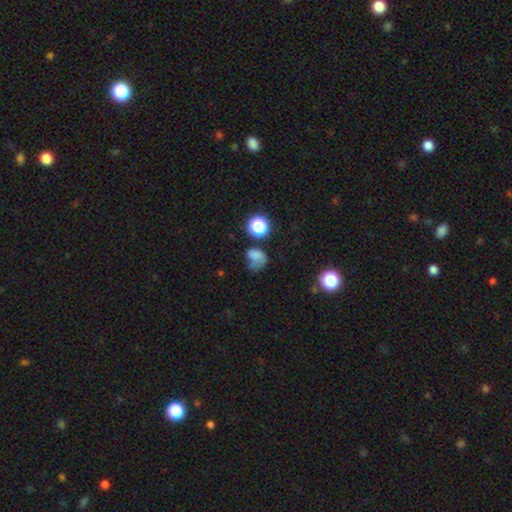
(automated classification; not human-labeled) Smooth or featured: smooth — 68% (star or artifact — 18%)
How rounded: round — 55% (in between — 44%)
Merging: none — 34% (major disturbance — 30%)